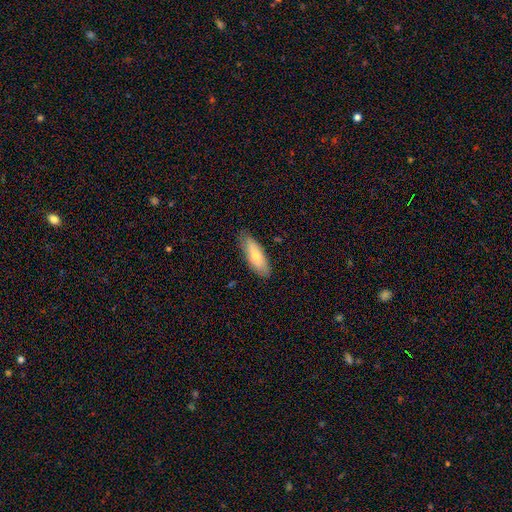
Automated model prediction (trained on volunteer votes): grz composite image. It shows a smooth galaxy with no disk features (67%) that is in between round and cigar-shaped (63%). Merging: none (79%).